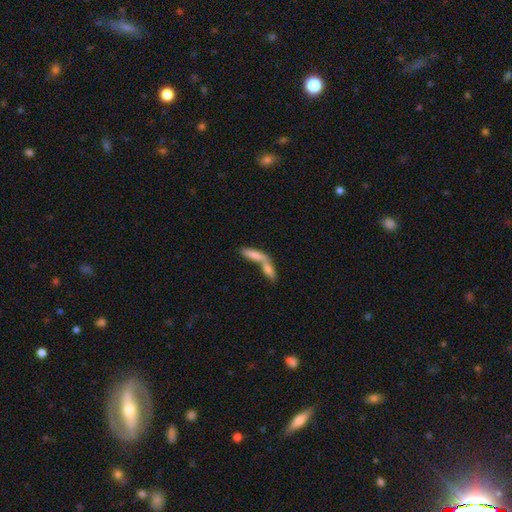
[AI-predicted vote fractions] Overall: smooth (75%). How rounded: cigar-shaped (51%; in between 46%). Merging: merger (72%).